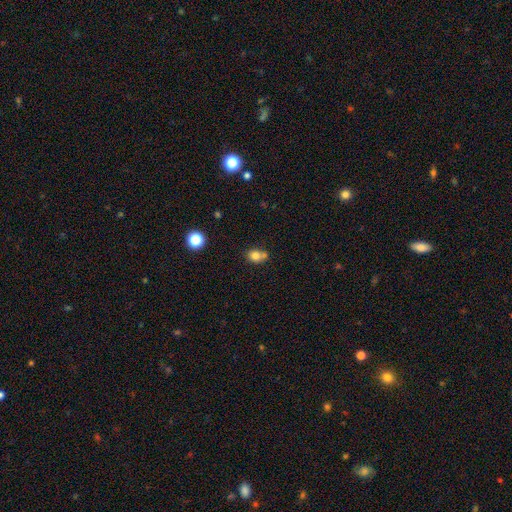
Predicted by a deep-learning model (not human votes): smooth 78%, star or artifact 12%, featured or disk 10%. Down the decision tree: how rounded — round (57%); merging — none (45%).